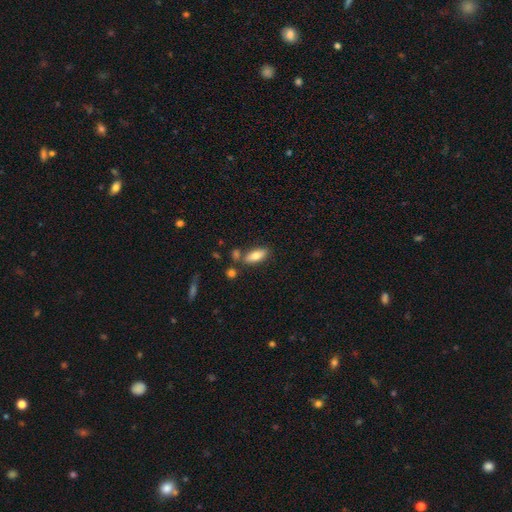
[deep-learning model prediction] Smooth or featured? smooth (79%)
How rounded? in between (76%)
Merging? none (74%)